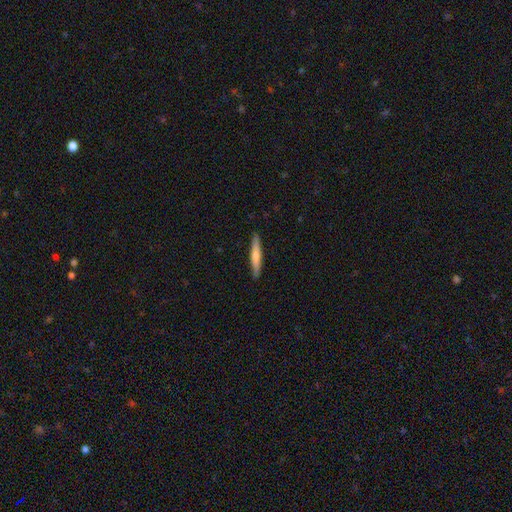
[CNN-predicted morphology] A smooth galaxy with no disk features (65%) that is cigar-shaped (94%). Merging: none (90%).